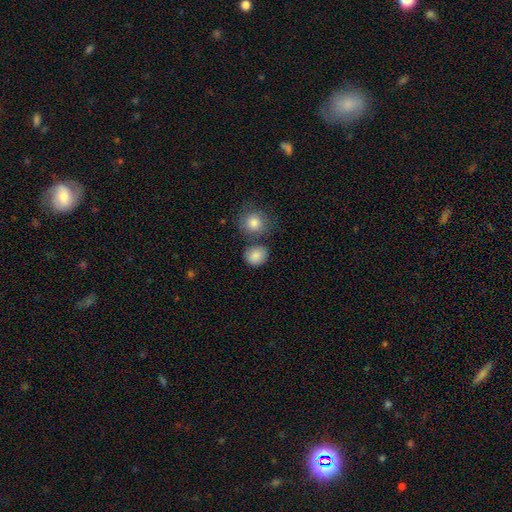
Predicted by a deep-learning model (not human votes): Smooth or featured? Predicted: smooth (p=0.86). How rounded? Predicted: round (p=0.74). Merging? Predicted: none (p=0.69).